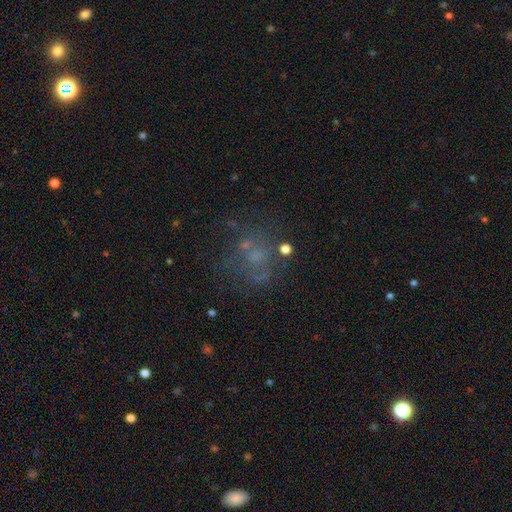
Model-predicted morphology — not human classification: This is marginally a featured or disk galaxy (40%). Merging: possibly none (56%).